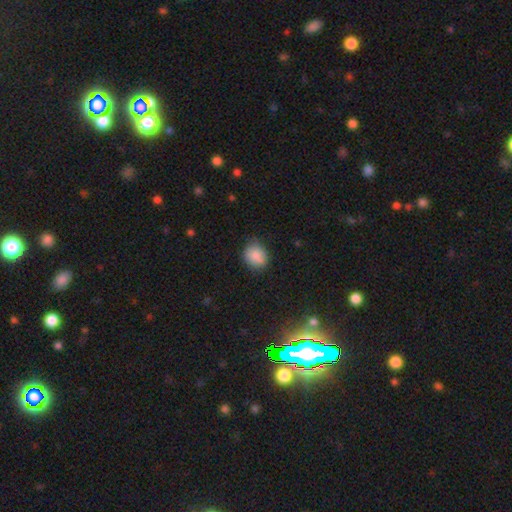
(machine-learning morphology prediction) Overall: smooth (83%). How rounded: round (65%; in between 34%). Merging: none (70%).